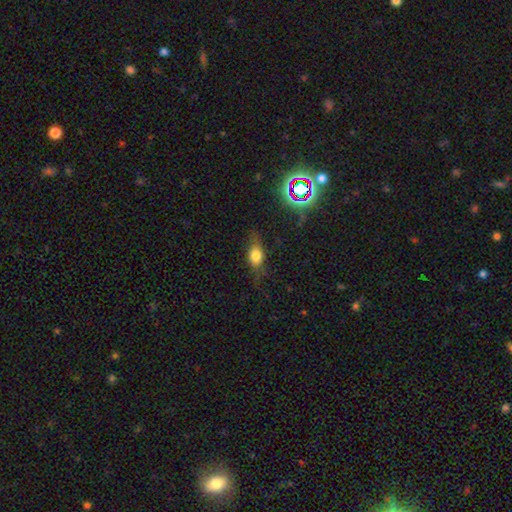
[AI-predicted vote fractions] Q: Smooth or featured?
A: smooth (63%); runner-up: featured or disk (23%)
Q: How rounded?
A: in between (67%); runner-up: round (23%)
Q: Merging?
A: none (63%); runner-up: minor disturbance (23%)